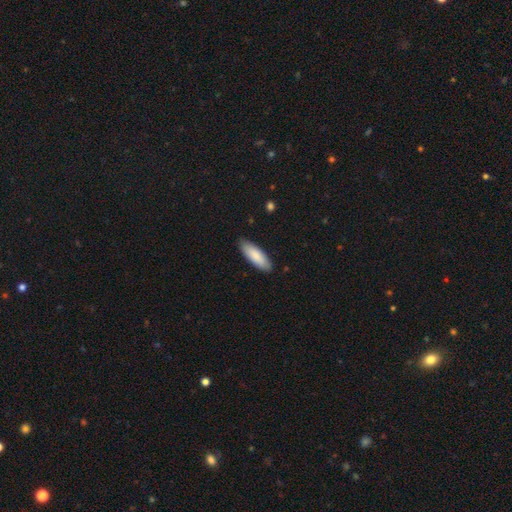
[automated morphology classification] Smooth or featured? smooth (87%)
How rounded? in between (60%)
Merging? none (88%)